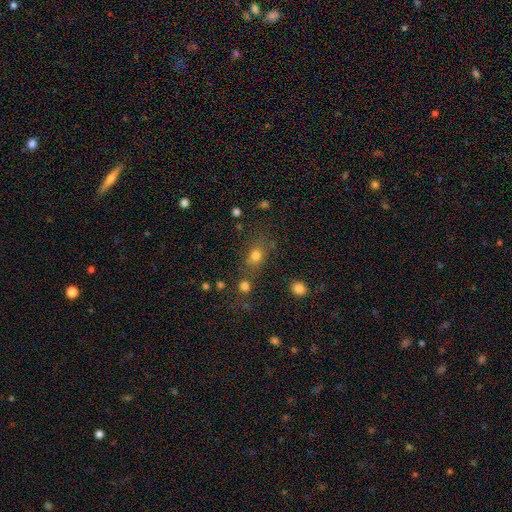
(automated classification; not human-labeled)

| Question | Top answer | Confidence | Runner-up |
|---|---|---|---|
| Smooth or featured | smooth | 74% | star or artifact (17%) |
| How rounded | round | 54% | in between (43%) |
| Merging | none | 60% | merger (17%) |